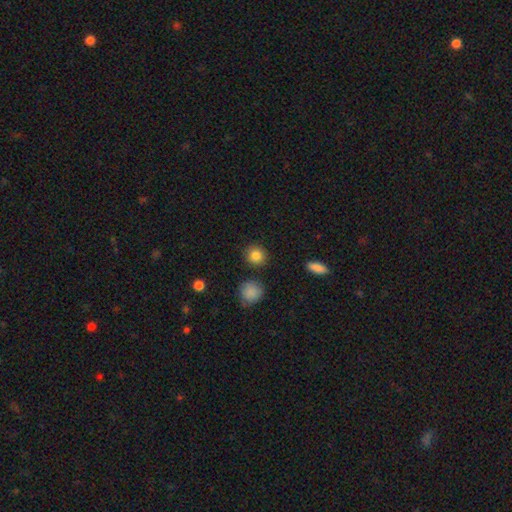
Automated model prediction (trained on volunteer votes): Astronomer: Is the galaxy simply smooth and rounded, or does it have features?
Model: smooth — 85%.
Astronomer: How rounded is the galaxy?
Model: round — 89%.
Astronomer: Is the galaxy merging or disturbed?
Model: none — 88%.